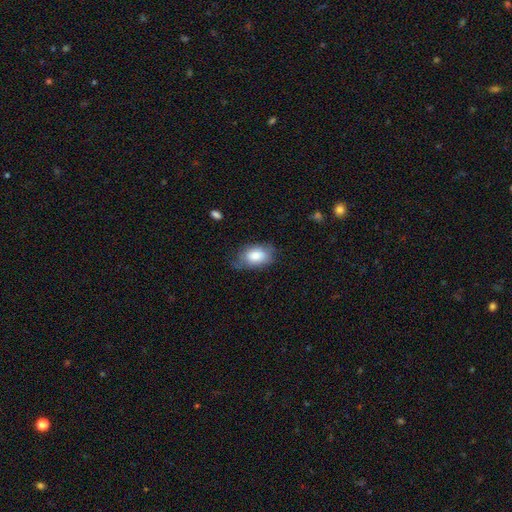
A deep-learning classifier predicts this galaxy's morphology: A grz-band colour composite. It shows a smooth galaxy with no disk features (80%) that is in between round and cigar-shaped (88%). Merging: none (55%).